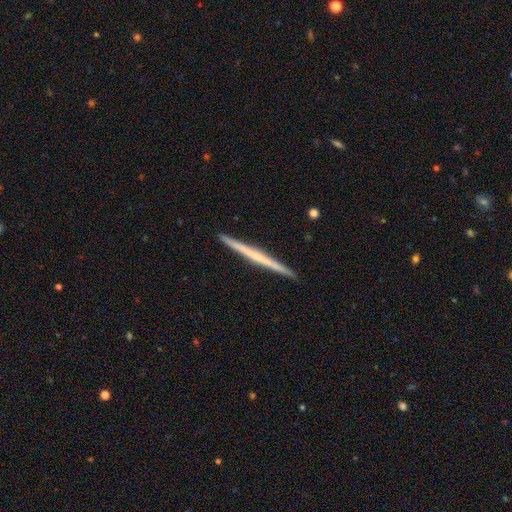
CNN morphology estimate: Smooth or featured? Predicted: featured or disk (p=0.60). Edge-on disk? Predicted: yes (p=0.98). Edge-on bulge? Predicted: none (p=0.81). Merging? Predicted: none (p=0.93).